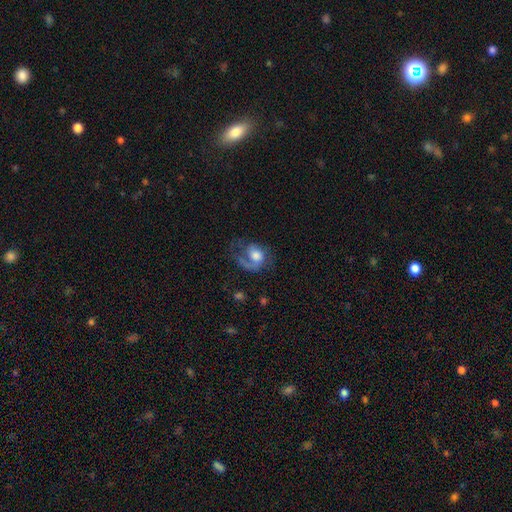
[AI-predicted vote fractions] A featured or disk galaxy (65%) with no bar (71%), 1 (69%) medium (41%) spiral arms (88%) and a moderate central bulge (38%, tied with large). Merging: none (40%).